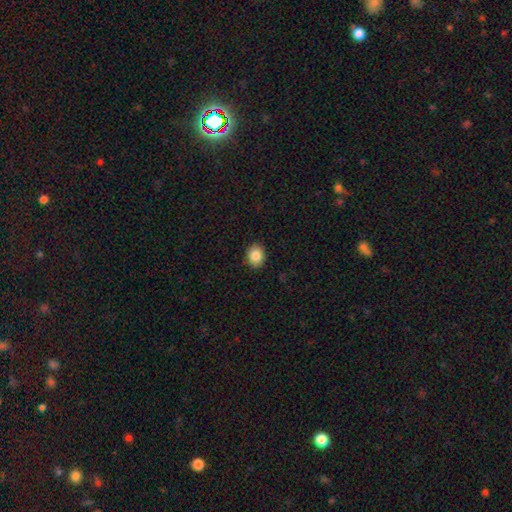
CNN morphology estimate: Smooth or featured: smooth — 85% (star or artifact — 9%)
How rounded: round — 52% (in between — 47%)
Merging: none — 89% (minor disturbance — 8%)